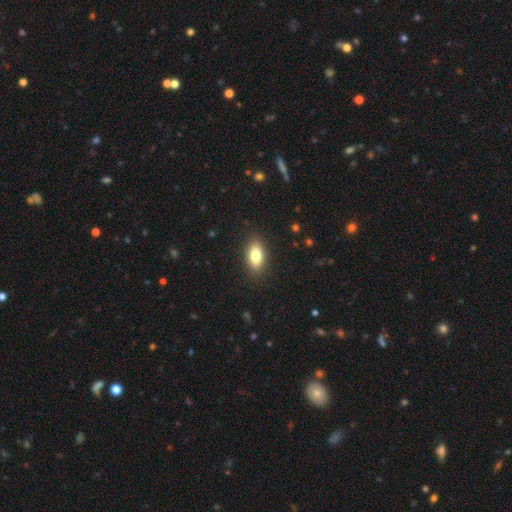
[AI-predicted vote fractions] This appears to be a smooth galaxy with no disk features (80%) that is in between round and cigar-shaped (87%). Merging: none (88%).